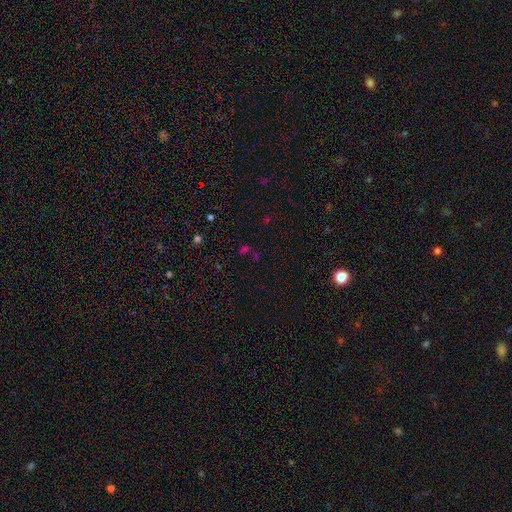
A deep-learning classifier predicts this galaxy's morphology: smooth-or-featured: star or artifact: 55% | smooth: 37% | featured or disk: 9%